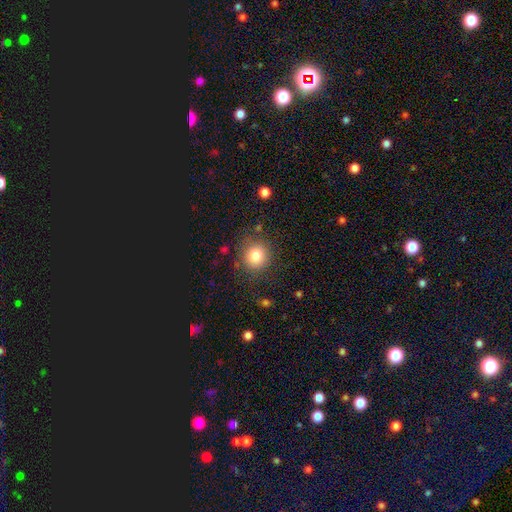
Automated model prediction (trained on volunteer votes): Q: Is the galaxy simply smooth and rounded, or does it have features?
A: smooth — 82%.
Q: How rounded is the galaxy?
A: round — 89%.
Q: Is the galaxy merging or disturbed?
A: none — 83%.